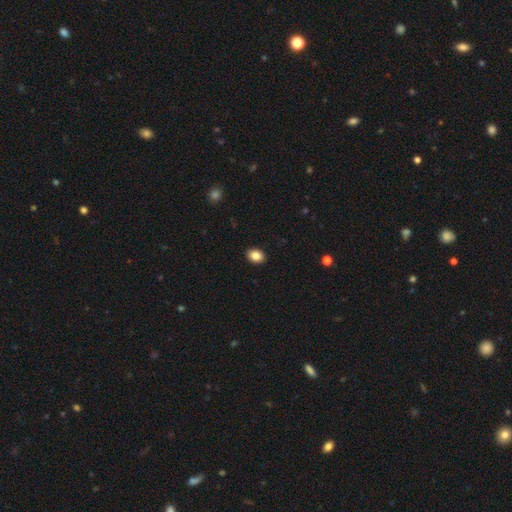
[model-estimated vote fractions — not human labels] Overall: smooth (86%). How rounded: in between (65%; round 34%). Merging: none (91%).